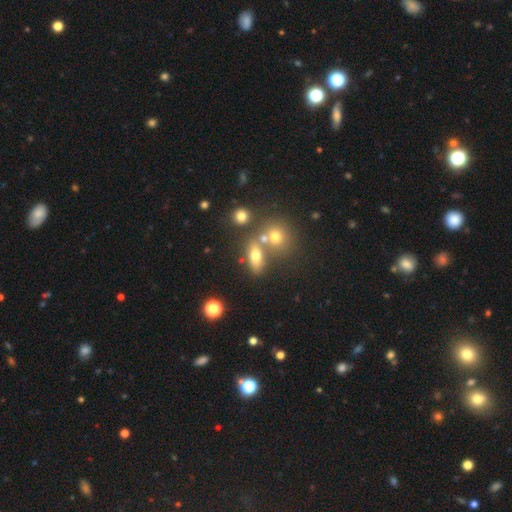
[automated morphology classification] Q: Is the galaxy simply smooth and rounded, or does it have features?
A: smooth — 66%.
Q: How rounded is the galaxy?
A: in between — 61%.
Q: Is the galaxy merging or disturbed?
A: none — 56%.